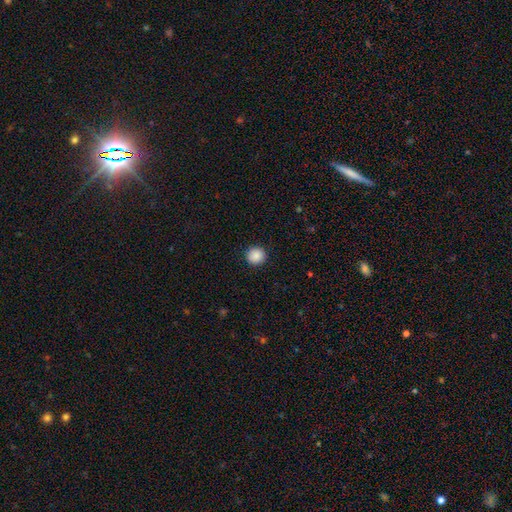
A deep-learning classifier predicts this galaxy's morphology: Q: Smooth or featured?
A: smooth (89%); runner-up: star or artifact (8%)
Q: How rounded?
A: round (93%); runner-up: in between (6%)
Q: Merging?
A: none (92%); runner-up: minor disturbance (5%)